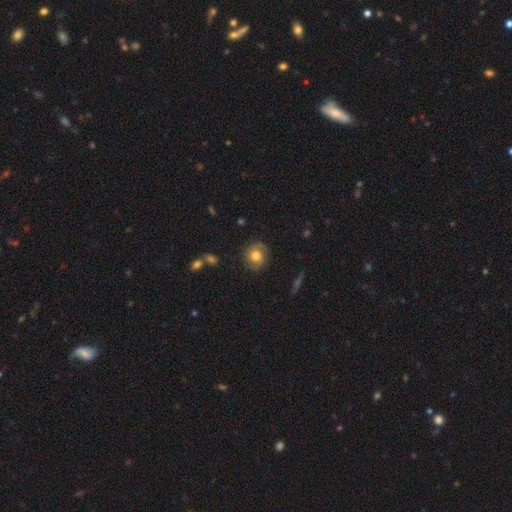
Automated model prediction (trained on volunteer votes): Smooth or featured?
  - smooth: 58% *
  - featured or disk: 32%
  - star or artifact: 9%
How rounded?
  - round: 87% *
  - in between: 12%
  - cigar-shaped: 1%
Merging?
  - none: 79% *
  - minor disturbance: 14%
  - major disturbance: 5%
  - merger: 2%